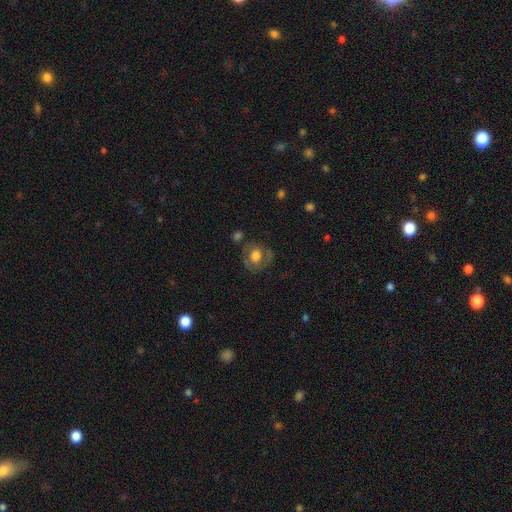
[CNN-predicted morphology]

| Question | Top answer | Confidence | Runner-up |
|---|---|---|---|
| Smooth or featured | smooth | 52% | featured or disk (40%) |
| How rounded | round | 71% | in between (28%) |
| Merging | none | 68% | minor disturbance (18%) |